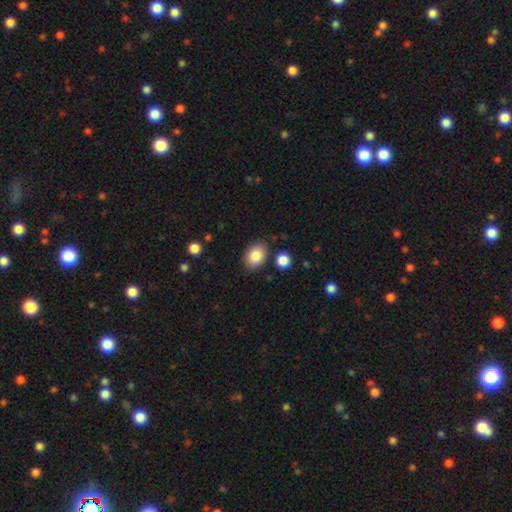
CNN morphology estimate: Q: Smooth or featured?
A: smooth (86%); runner-up: star or artifact (8%)
Q: How rounded?
A: in between (70%); runner-up: round (29%)
Q: Merging?
A: none (82%); runner-up: minor disturbance (11%)